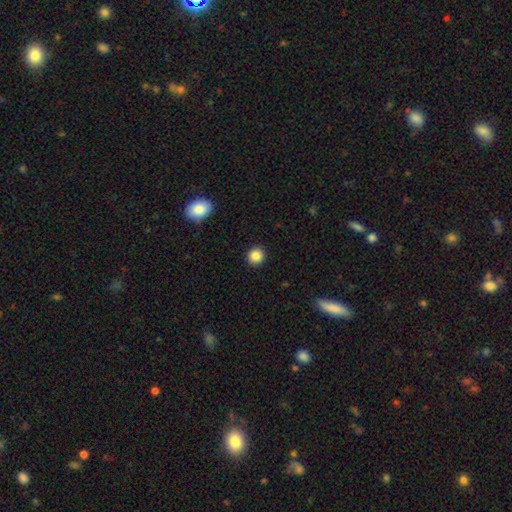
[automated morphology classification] smooth 86%, star or artifact 10%, featured or disk 4%. Down the decision tree: how rounded — round (90%); merging — none (92%).